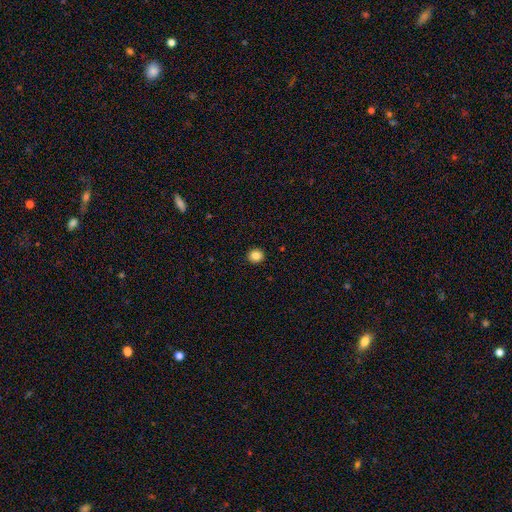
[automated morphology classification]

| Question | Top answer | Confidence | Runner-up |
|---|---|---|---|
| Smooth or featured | smooth | 85% | star or artifact (11%) |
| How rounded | round | 87% | in between (12%) |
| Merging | none | 92% | minor disturbance (5%) |